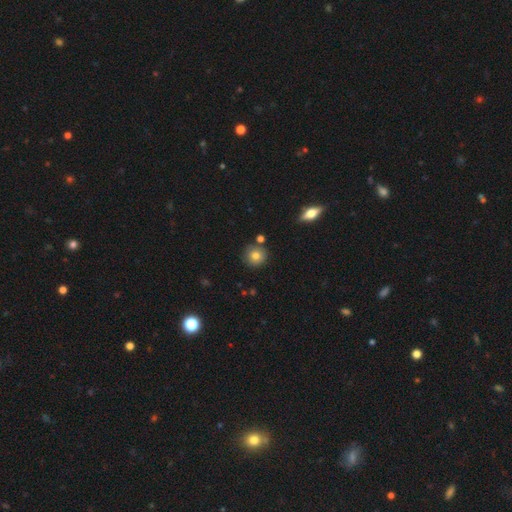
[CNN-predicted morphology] Smooth or featured? smooth (77%)
How rounded? round (92%)
Merging? none (82%)